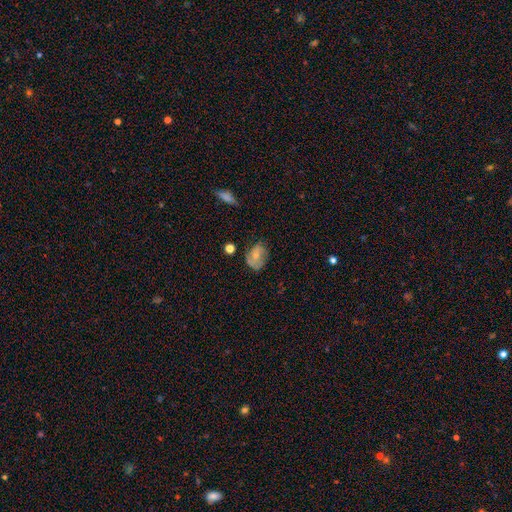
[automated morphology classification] Smooth or featured? Predicted: smooth (p=0.56). How rounded? Predicted: in between (p=0.66). Merging? Predicted: none (p=0.55).